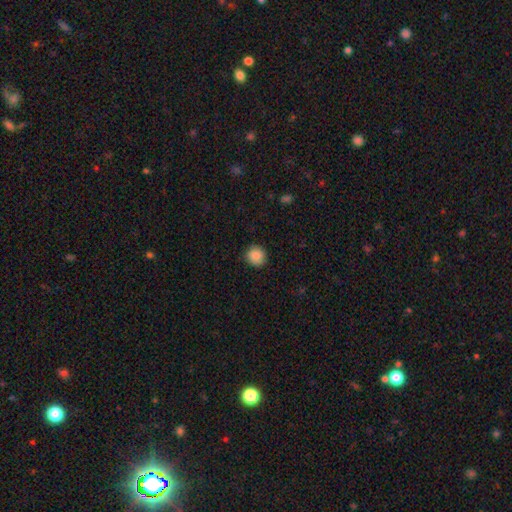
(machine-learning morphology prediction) smooth-or-featured: smooth: 88% | star or artifact: 8% | featured or disk: 4%
  how-rounded: round: 89% | in between: 10% | cigar-shaped: 1%
  merging: none: 88% | minor disturbance: 9% | major disturbance: 2% | merger: 1%